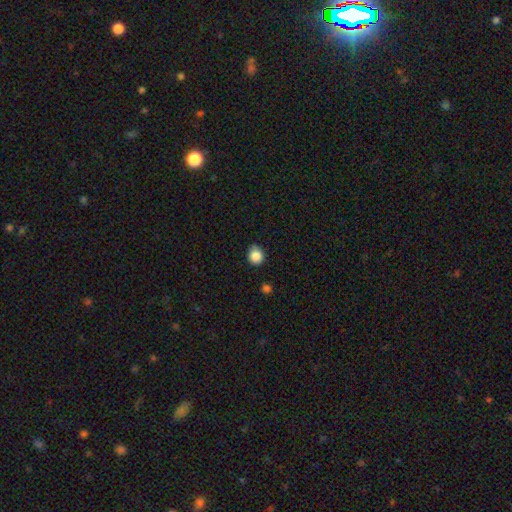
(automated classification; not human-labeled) Morphology: type=smooth (86%); roundness=round (81%); merging=none (72%).